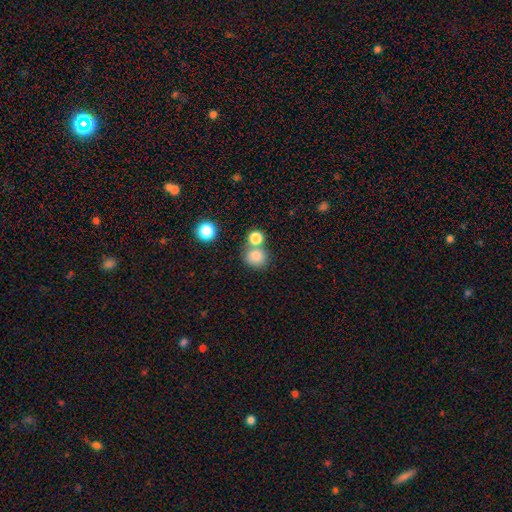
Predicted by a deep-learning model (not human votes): smooth-or-featured: smooth: 82% | star or artifact: 12% | featured or disk: 6%
  how-rounded: round: 81% | in between: 18% | cigar-shaped: 1%
  merging: none: 59% | merger: 27% | minor disturbance: 10% | major disturbance: 4%